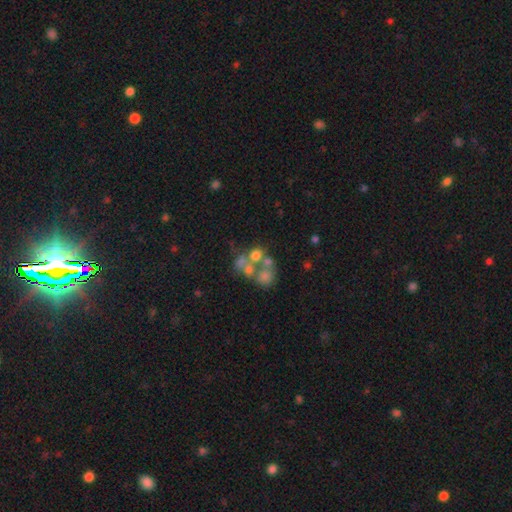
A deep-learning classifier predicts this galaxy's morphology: smooth-or-featured: smooth: 47% | featured or disk: 35% | star or artifact: 18%
  merging: merger: 51% | none: 30% | major disturbance: 11% | minor disturbance: 8%